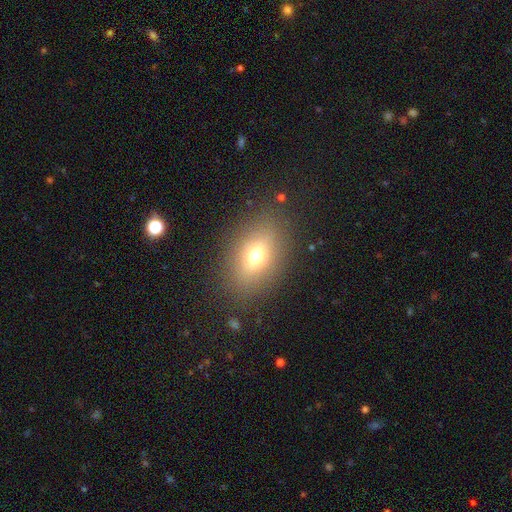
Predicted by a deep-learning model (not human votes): smooth 64%, featured or disk 21%, star or artifact 15%. Down the decision tree: how rounded — in between (75%); merging — none (84%).